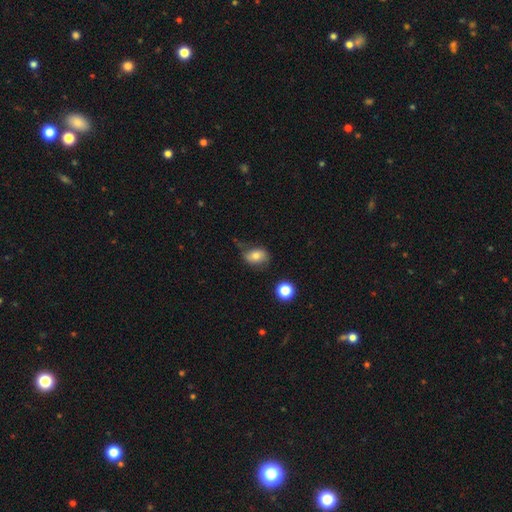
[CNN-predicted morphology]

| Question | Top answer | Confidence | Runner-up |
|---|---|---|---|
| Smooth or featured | smooth | 73% | featured or disk (17%) |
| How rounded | in between | 73% | round (25%) |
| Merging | none | 56% | minor disturbance (28%) |